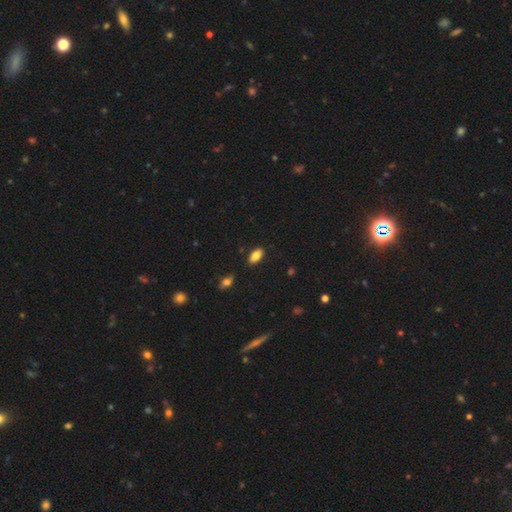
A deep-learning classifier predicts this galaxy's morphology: Q: Smooth or featured?
A: smooth (83%); runner-up: star or artifact (8%)
Q: How rounded?
A: in between (92%); runner-up: cigar-shaped (5%)
Q: Merging?
A: none (85%); runner-up: minor disturbance (11%)